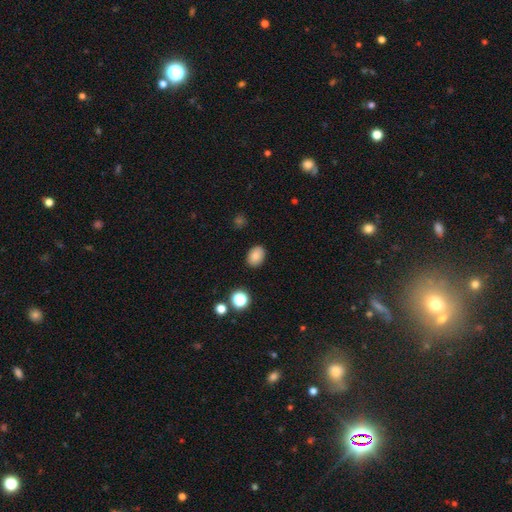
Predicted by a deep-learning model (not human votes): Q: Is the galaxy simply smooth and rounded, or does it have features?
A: smooth — 84%.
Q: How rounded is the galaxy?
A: in between — 71%.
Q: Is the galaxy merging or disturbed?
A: none — 87%.